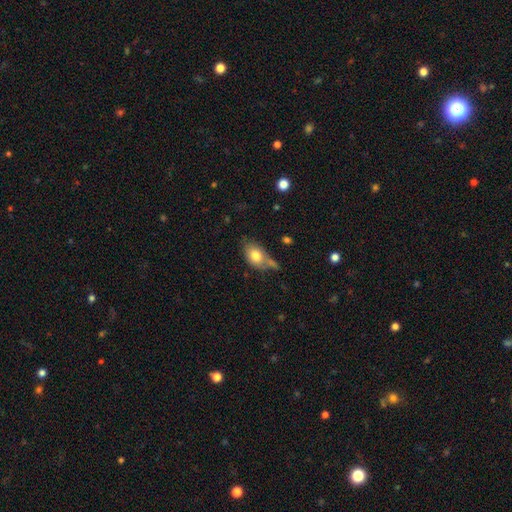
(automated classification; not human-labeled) smooth_or_featured: smooth (p=0.77) [alt: featured or disk p=0.16]
how_rounded: in between (p=0.83) [alt: round p=0.15]
merging: none (p=0.47) [alt: minor disturbance p=0.28]